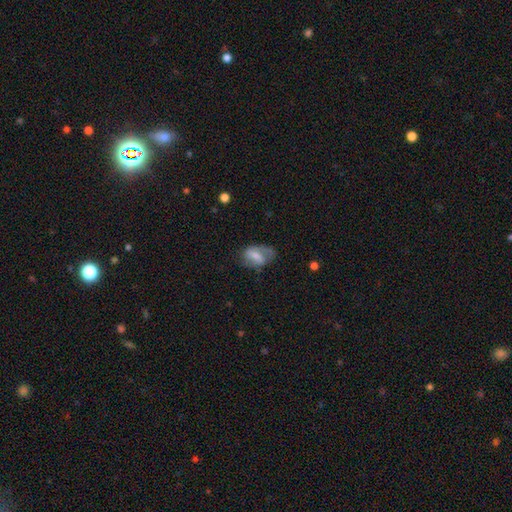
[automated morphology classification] Smooth or featured?
  - featured or disk: 49% *
  - smooth: 44%
  - star or artifact: 7%
Merging?
  - none: 50% *
  - minor disturbance: 29%
  - major disturbance: 19%
  - merger: 2%